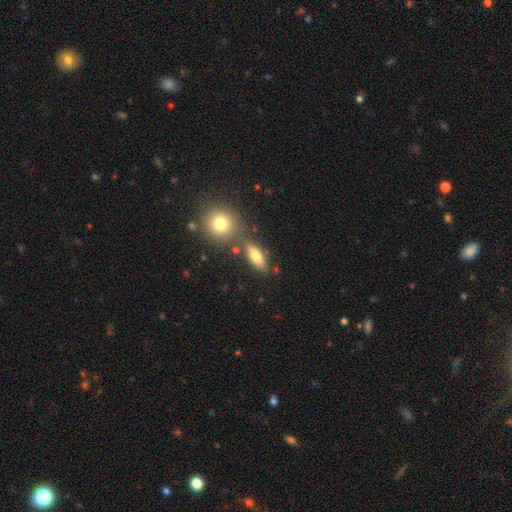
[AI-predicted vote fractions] Smooth or featured? smooth (74%)
How rounded? in between (71%)
Merging? none (69%)